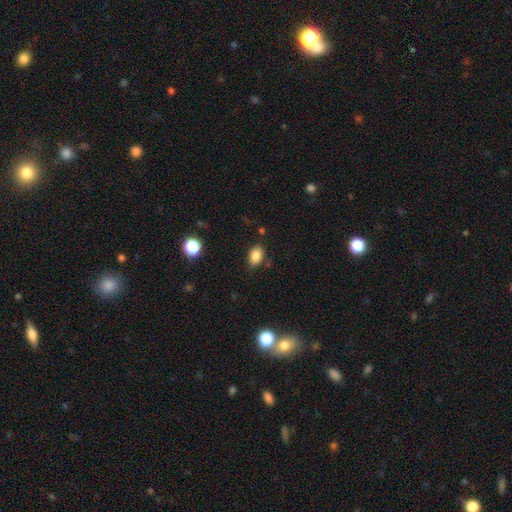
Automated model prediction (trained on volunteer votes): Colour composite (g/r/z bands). It shows a smooth galaxy with no disk features (84%) that is in between round and cigar-shaped (87%). Merging: none (80%).